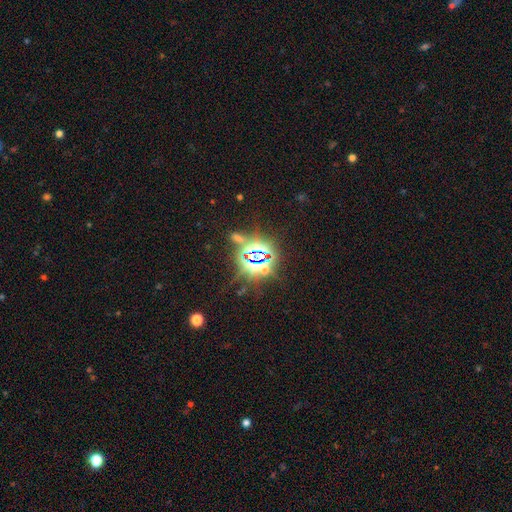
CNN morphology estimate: Q: Smooth or featured?
A: star or artifact (81%); runner-up: smooth (11%)